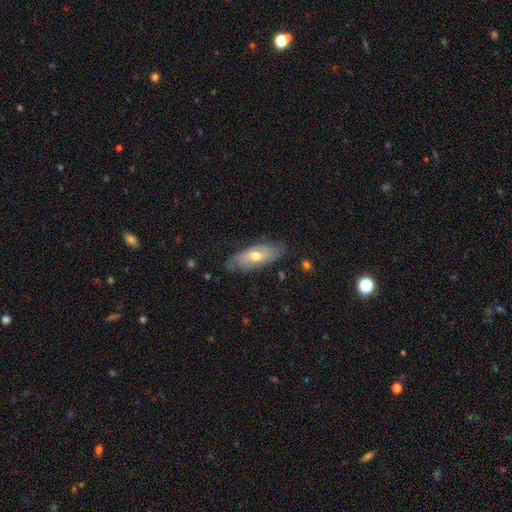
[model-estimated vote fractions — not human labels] Morphology: type=featured or disk (48%); merging=none (72%).